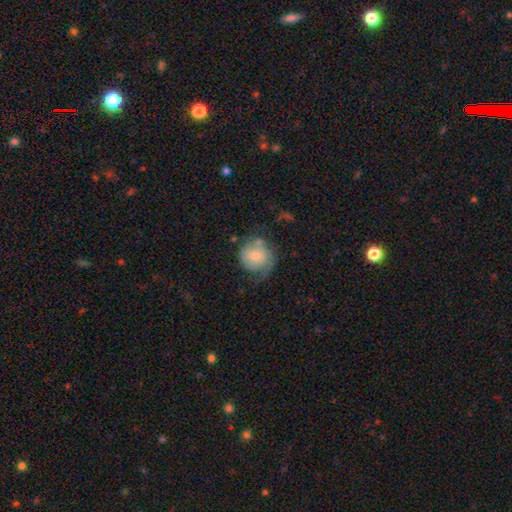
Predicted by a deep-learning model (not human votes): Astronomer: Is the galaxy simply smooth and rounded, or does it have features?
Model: smooth — 47% (runner-up: featured or disk, 45%).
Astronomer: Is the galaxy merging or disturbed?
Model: none — 43% (runner-up: minor disturbance, 27%).